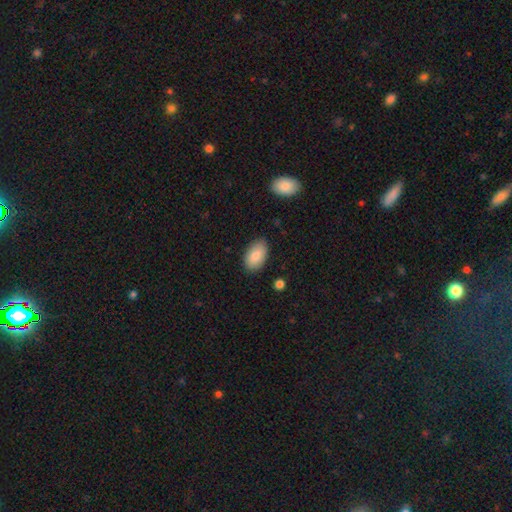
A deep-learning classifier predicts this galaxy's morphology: This appears to be a smooth galaxy with no disk features (84%) that is in between round and cigar-shaped (94%). Merging: none (86%).